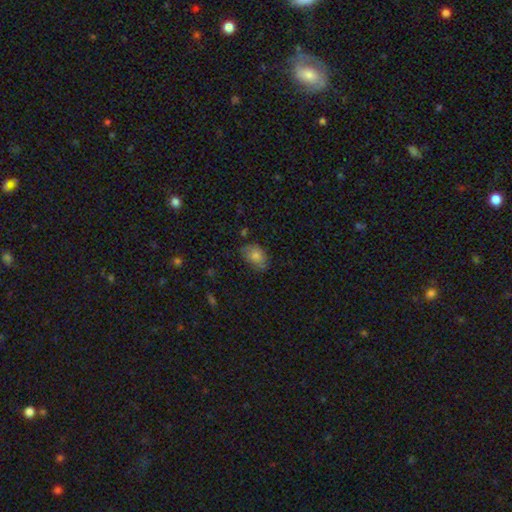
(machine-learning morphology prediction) A smooth galaxy with no disk features (80%) that is in between round and cigar-shaped (81%).

Vote fractions:
- Smooth or featured? smooth: 80% / featured or disk: 11% / star or artifact: 9%
- How rounded? in between: 81% / round: 18% / cigar-shaped: 1%
- Merging? none: 68% / minor disturbance: 25% / major disturbance: 5% / merger: 2%